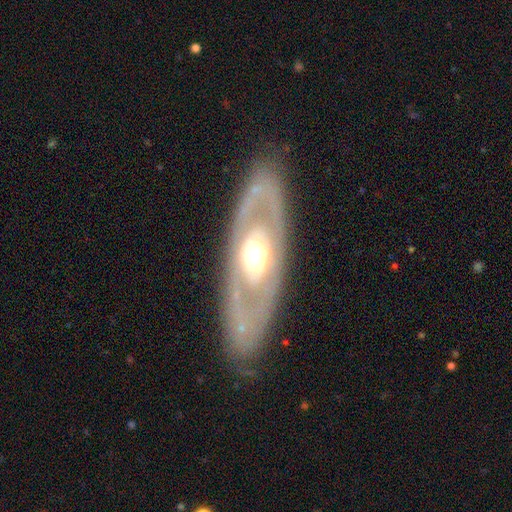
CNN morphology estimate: type=featured or disk (70%); edge-on=no (82%); bar=no (84%); spiral arms=no (76%); bulge=moderate (59%); merging=none (82%).